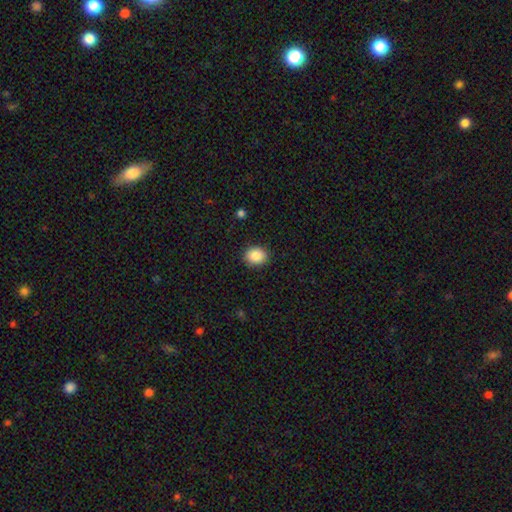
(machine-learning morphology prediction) Smooth or featured? Predicted: smooth (p=0.87). How rounded? Predicted: round (p=0.60). Merging? Predicted: none (p=0.89).